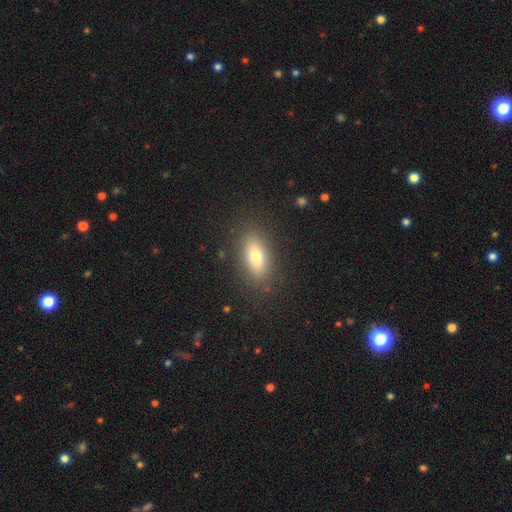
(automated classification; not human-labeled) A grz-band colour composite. It shows a smooth galaxy with no disk features (73%) that is in between round and cigar-shaped (80%). Merging: none (86%).